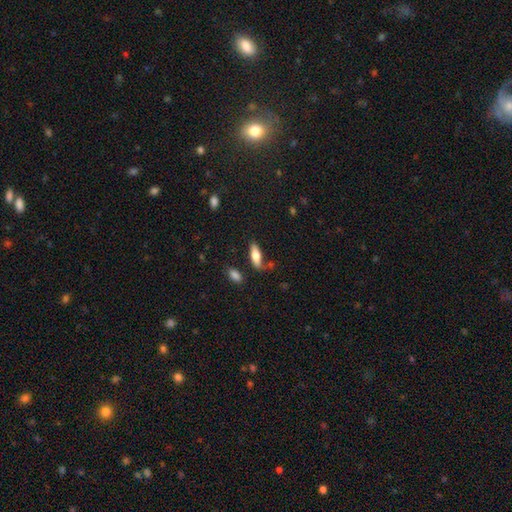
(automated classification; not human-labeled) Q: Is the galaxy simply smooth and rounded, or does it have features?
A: smooth — 71%.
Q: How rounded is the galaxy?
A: in between — 60%.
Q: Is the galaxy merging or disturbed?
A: none — 74%.